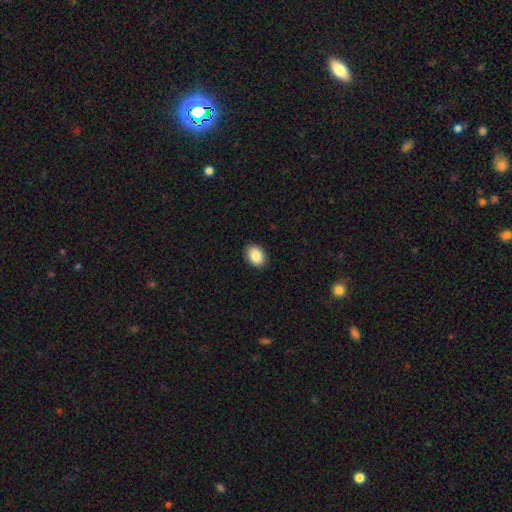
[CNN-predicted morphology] smooth-or-featured: smooth: 88% | star or artifact: 7% | featured or disk: 5%
  how-rounded: in between: 76% | round: 23% | cigar-shaped: 1%
  merging: none: 89% | minor disturbance: 8% | major disturbance: 2% | merger: 1%